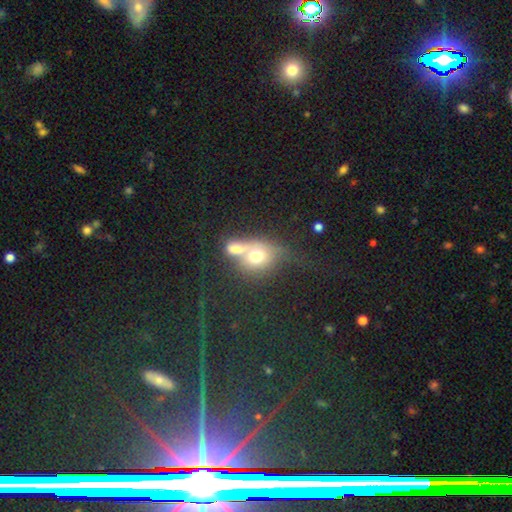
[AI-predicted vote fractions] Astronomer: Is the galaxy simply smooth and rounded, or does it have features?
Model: smooth — 66%.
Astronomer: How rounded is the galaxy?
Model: round — 58% (runner-up: in between, 39%).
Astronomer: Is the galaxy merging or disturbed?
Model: merger — 60%.